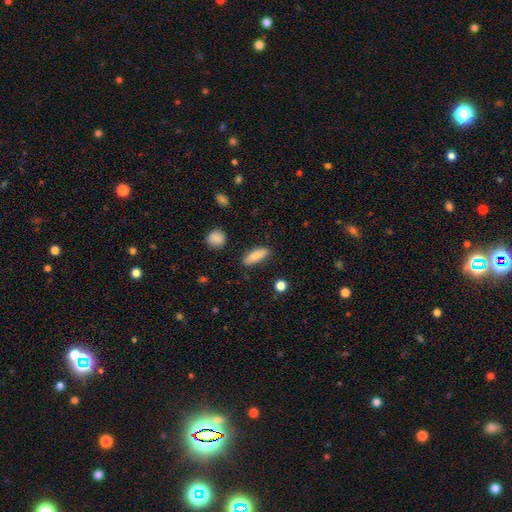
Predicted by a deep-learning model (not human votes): Smooth or featured? smooth (80%)
How rounded? in between (57%)
Merging? none (86%)